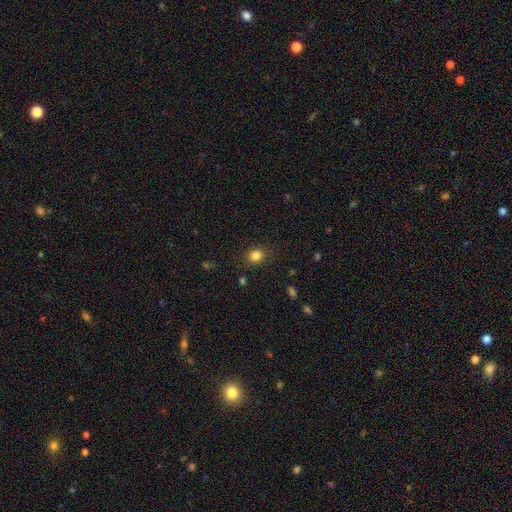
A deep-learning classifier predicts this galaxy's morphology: Smooth or featured? smooth (83%)
How rounded? round (69%)
Merging? none (84%)